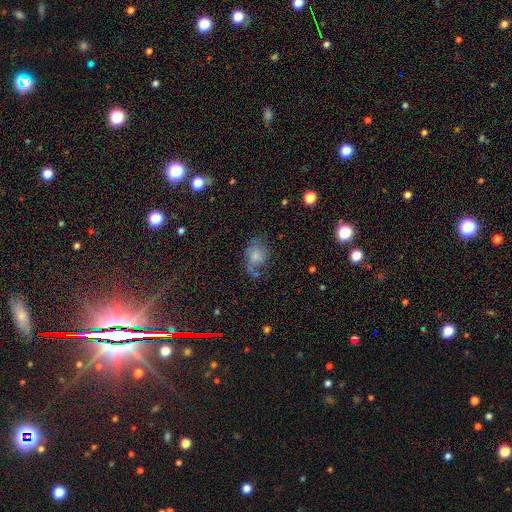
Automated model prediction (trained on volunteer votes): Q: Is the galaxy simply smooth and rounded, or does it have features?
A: smooth — 62%.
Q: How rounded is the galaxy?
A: in between — 51%.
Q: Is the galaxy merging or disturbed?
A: none — 43%.